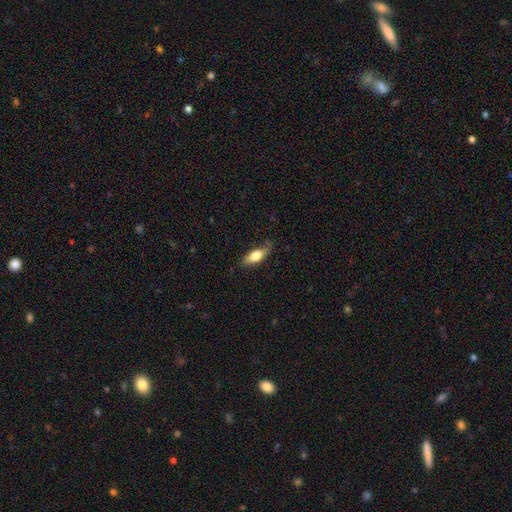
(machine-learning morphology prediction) This is likely a smooth galaxy (69%). How rounded: likely in between (68%). Merging: likely none (75%).